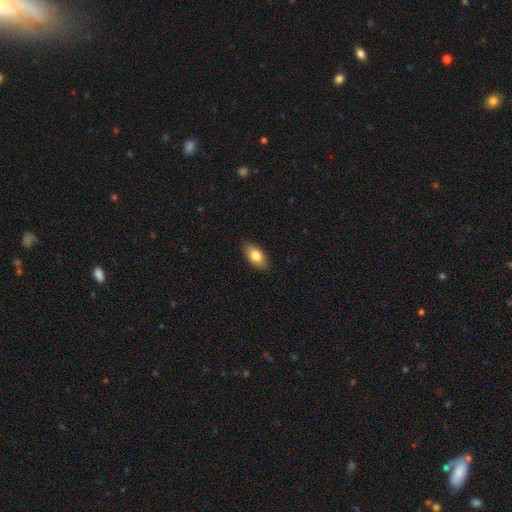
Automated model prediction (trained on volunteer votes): Morphology: type=smooth (81%); roundness=in between (91%); merging=none (88%).